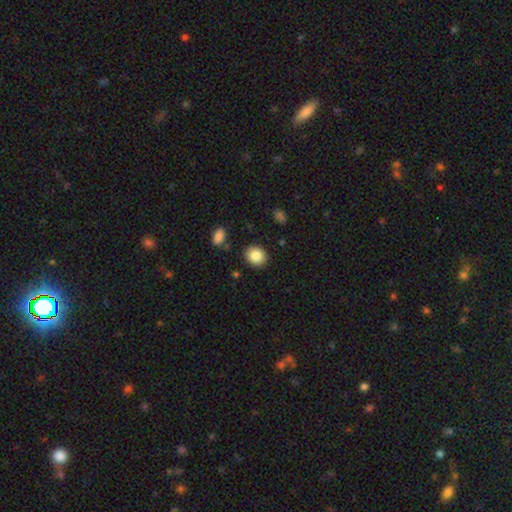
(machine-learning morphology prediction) Smooth or featured? smooth (85%)
How rounded? round (72%)
Merging? none (88%)